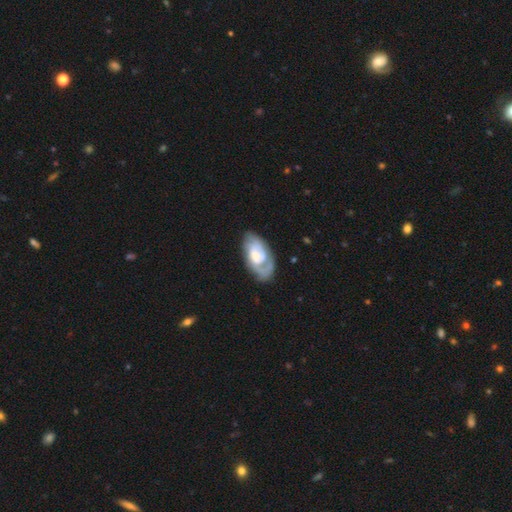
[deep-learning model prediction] The model was most divided on "bulge size": moderate: 41%, small: 39%, large: 12%, none: 7%, dominant: 2%. Remaining: edge-on disk — no (95%); spiral arms — yes (86%); smooth or featured — featured or disk (71%); merging — none (62%); bar — no (61%); spiral winding — tight (53%); spiral arm count — 2 (39%).